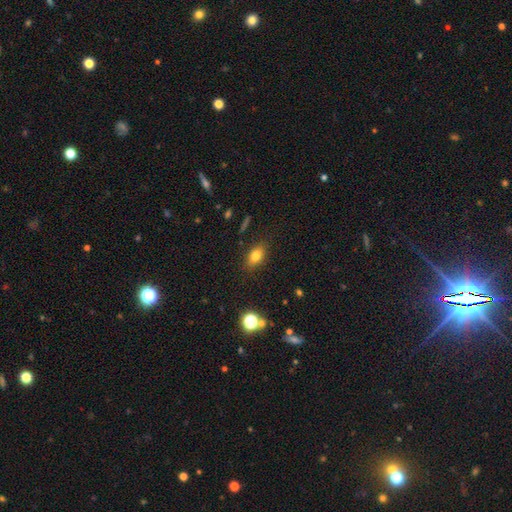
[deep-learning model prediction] smooth-or-featured: smooth: 77% | star or artifact: 12% | featured or disk: 11%
  how-rounded: in between: 79% | round: 17% | cigar-shaped: 4%
  merging: none: 84% | minor disturbance: 11% | major disturbance: 3% | merger: 2%